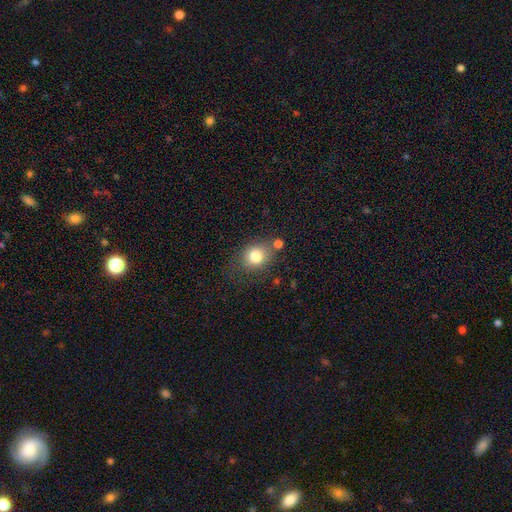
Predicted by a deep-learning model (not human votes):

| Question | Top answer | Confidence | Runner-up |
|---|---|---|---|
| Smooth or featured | smooth | 80% | star or artifact (10%) |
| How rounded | round | 59% | in between (40%) |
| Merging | none | 66% | minor disturbance (17%) |